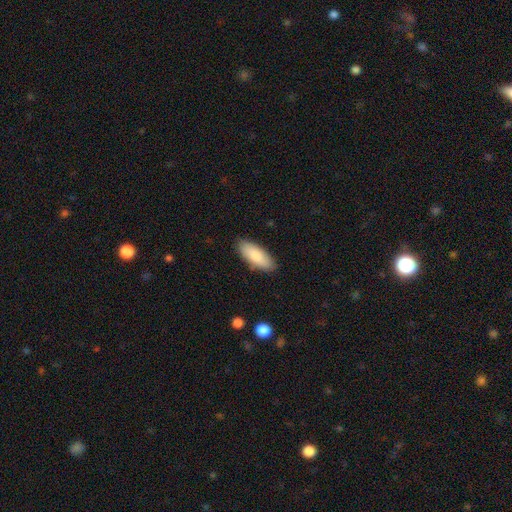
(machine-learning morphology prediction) A smooth galaxy with no disk features (81%) that is in between round and cigar-shaped (77%). Merging: none (87%).